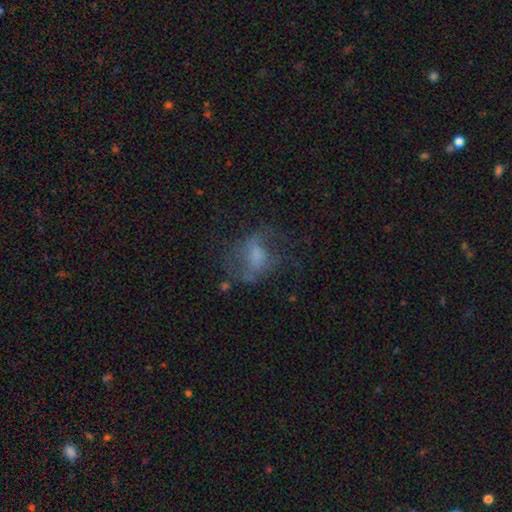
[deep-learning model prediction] smooth_or_featured: featured or disk (p=0.50) [alt: smooth p=0.36]
merging: none (p=0.43) [alt: major disturbance p=0.34]